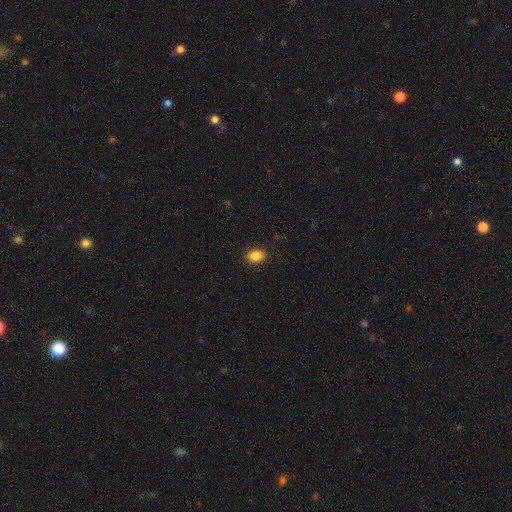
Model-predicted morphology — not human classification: smooth-or-featured: smooth: 88% | star or artifact: 9% | featured or disk: 4%
  how-rounded: in between: 80% | round: 19% | cigar-shaped: 1%
  merging: none: 89% | minor disturbance: 8% | major disturbance: 2% | merger: 1%